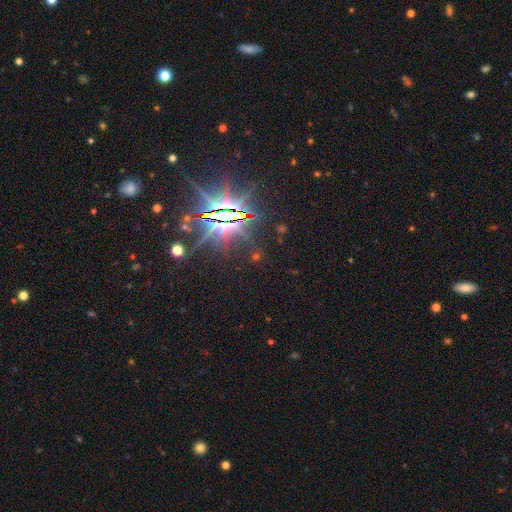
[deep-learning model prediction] Smooth or featured: star or artifact — 81% (featured or disk — 11%)